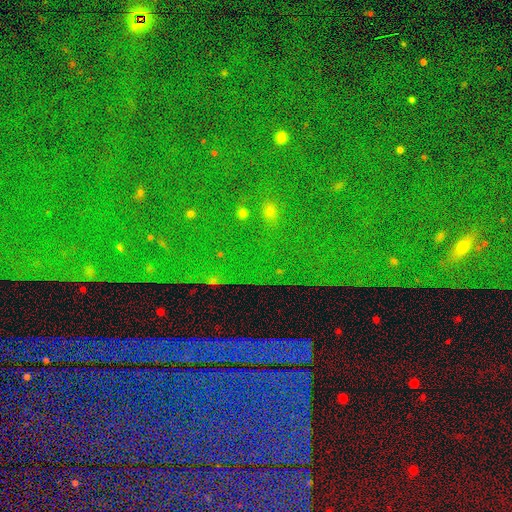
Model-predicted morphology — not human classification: star or artifact 87%, featured or disk 6%, smooth 6%.